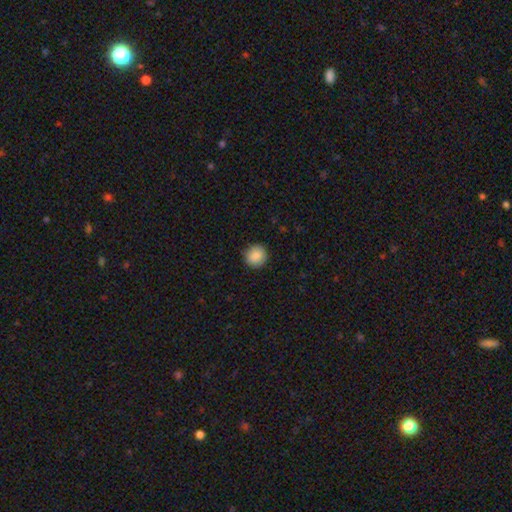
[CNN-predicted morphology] This is clearly a smooth galaxy (88%). How rounded: clearly round (92%). Merging: clearly none (90%).